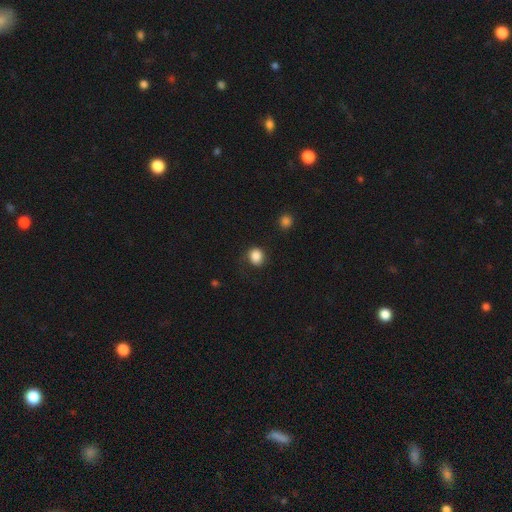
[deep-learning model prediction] Smooth or featured? Predicted: smooth (p=0.85). How rounded? Predicted: round (p=0.71). Merging? Predicted: none (p=0.68).